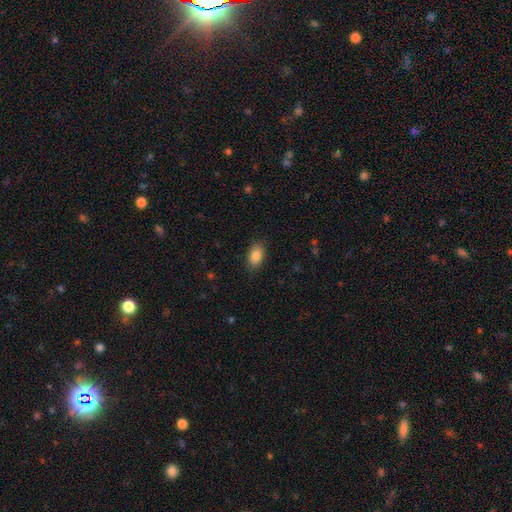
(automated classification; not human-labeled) A smooth galaxy with no disk features (87%) that is in between round and cigar-shaped (91%). Merging: none (86%).